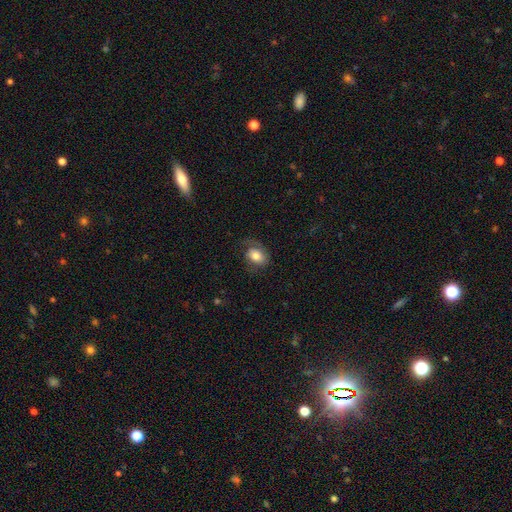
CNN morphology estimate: This appears to be a smooth galaxy with no disk features (63%) that is in between round and cigar-shaped (73%). Merging: none (55%).